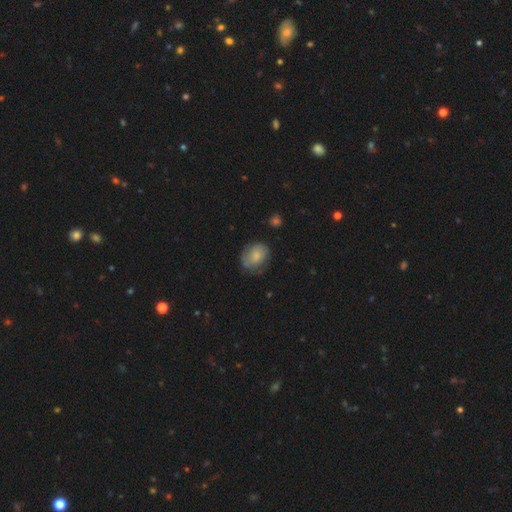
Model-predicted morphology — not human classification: smooth-or-featured: smooth: 67% | featured or disk: 25% | star or artifact: 7%
  how-rounded: in between: 53% | round: 46% | cigar-shaped: 1%
  merging: none: 62% | minor disturbance: 27% | major disturbance: 9% | merger: 2%